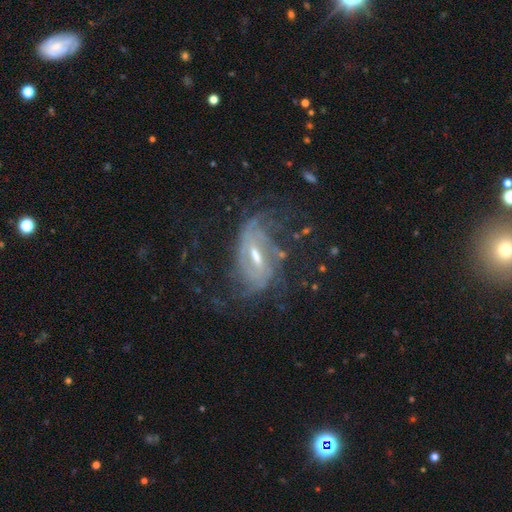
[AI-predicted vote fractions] A featured or disk galaxy (83%) with a weak bar (48%), medium (38%) spiral arms (88%) and a moderate central bulge (52%). Merging: none (55%).